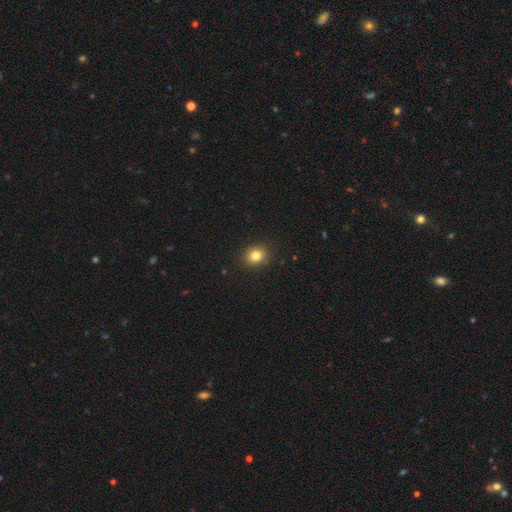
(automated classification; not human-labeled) Overall: smooth (81%). How rounded: round (69%; in between 30%). Merging: none (90%).